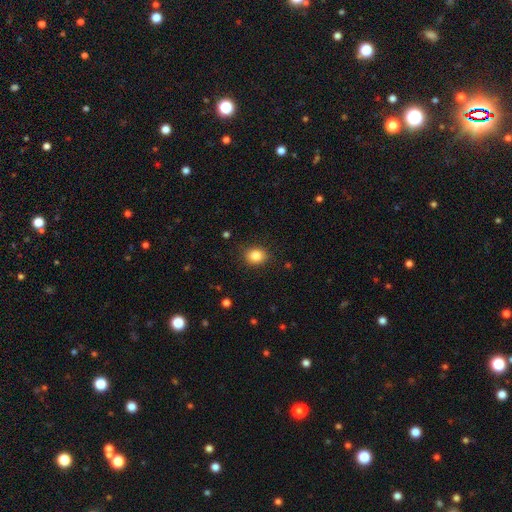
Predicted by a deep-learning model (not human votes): This appears to be a smooth galaxy with no disk features (85%) that is round (59%). Merging: none (86%).